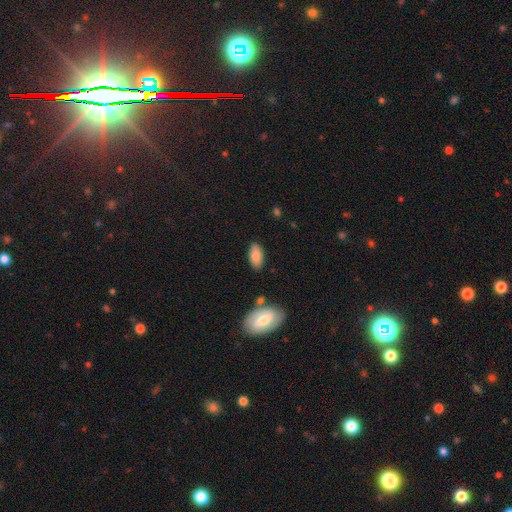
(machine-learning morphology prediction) Smooth or featured?
  - smooth: 84% *
  - featured or disk: 10%
  - star or artifact: 6%
How rounded?
  - in between: 92% *
  - cigar-shaped: 6%
  - round: 2%
Merging?
  - none: 82% *
  - minor disturbance: 12%
  - merger: 3%
  - major disturbance: 3%